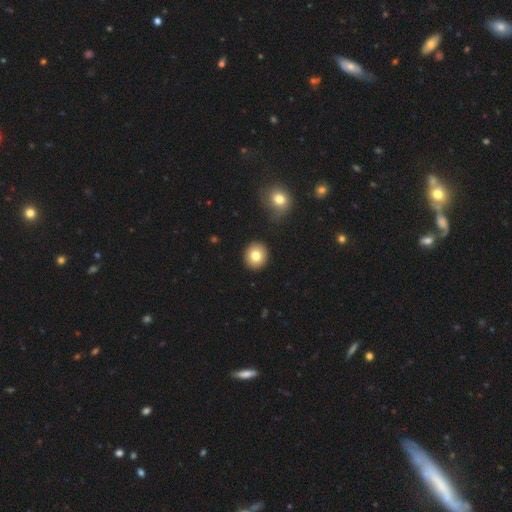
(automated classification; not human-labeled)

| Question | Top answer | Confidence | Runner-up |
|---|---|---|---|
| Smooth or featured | smooth | 80% | featured or disk (11%) |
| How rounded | round | 87% | in between (12%) |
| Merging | none | 90% | minor disturbance (6%) |